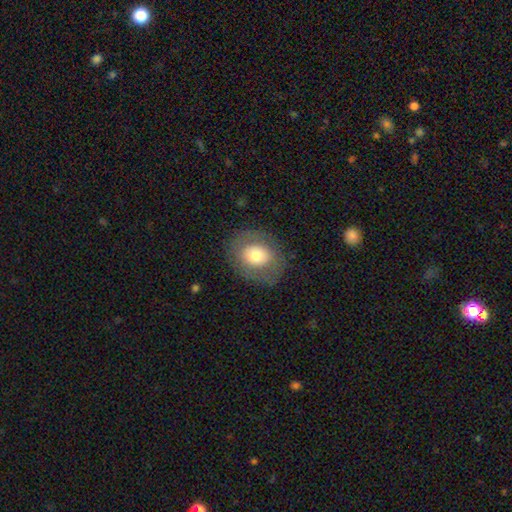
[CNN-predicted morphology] A smooth galaxy with no disk features (65%) that is round (52%).

Vote fractions:
- Smooth or featured? smooth: 65% / featured or disk: 27% / star or artifact: 8%
- How rounded? round: 52% / in between: 47% / cigar-shaped: 1%
- Merging? none: 81% / minor disturbance: 12% / major disturbance: 7% / merger: 1%